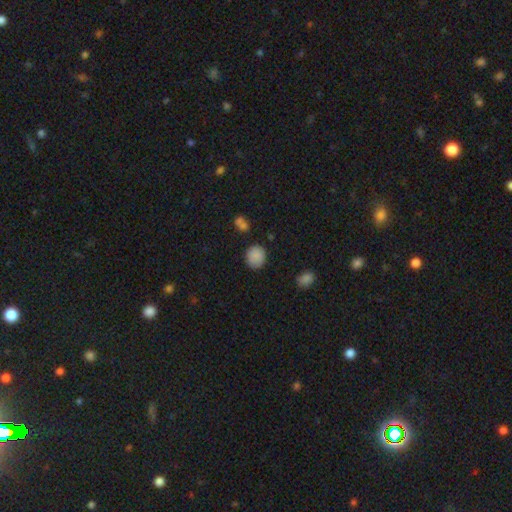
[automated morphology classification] Smooth or featured?
  - smooth: 86% *
  - star or artifact: 9%
  - featured or disk: 4%
How rounded?
  - round: 79% *
  - in between: 20%
  - cigar-shaped: 1%
Merging?
  - none: 82% *
  - minor disturbance: 12%
  - merger: 3%
  - major disturbance: 3%